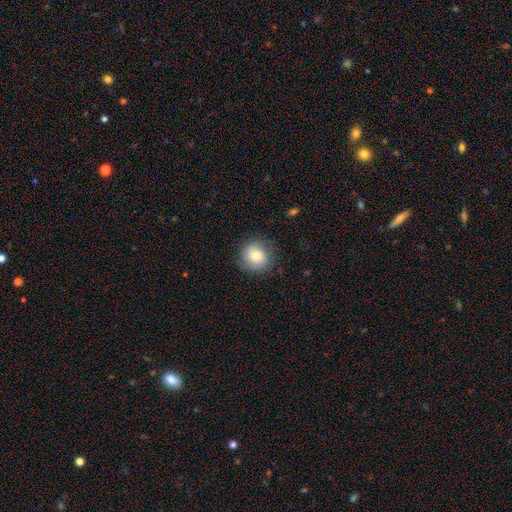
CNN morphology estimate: Overall: smooth (79%). How rounded: round (86%). Merging: none (82%).